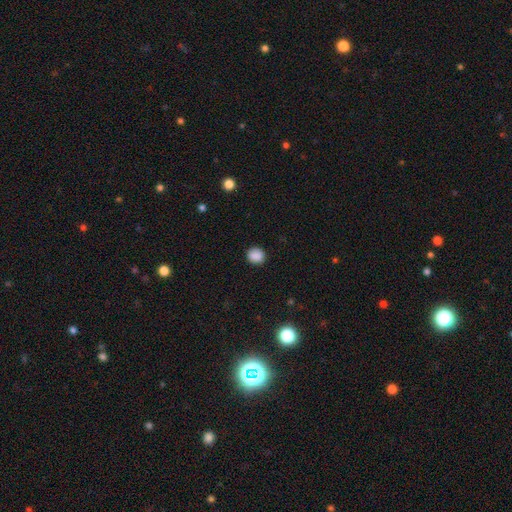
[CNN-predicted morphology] smooth-or-featured: smooth: 88% | star or artifact: 9% | featured or disk: 3%
  how-rounded: round: 84% | in between: 15% | cigar-shaped: 1%
  merging: none: 90% | minor disturbance: 7% | major disturbance: 2% | merger: 1%